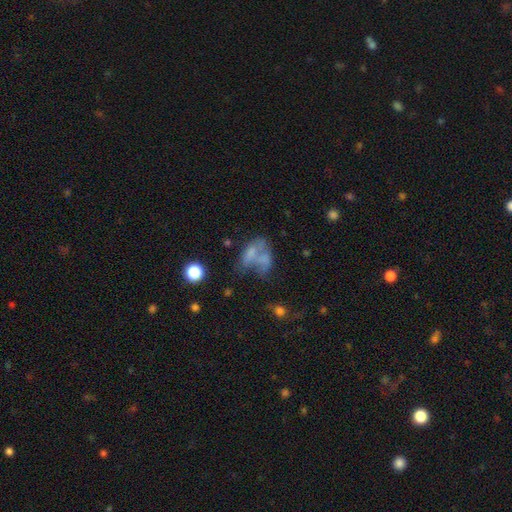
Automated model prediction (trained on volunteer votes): smooth-or-featured: smooth: 46% | featured or disk: 37% | star or artifact: 16%
  merging: merger: 44% | major disturbance: 23% | none: 20% | minor disturbance: 13%